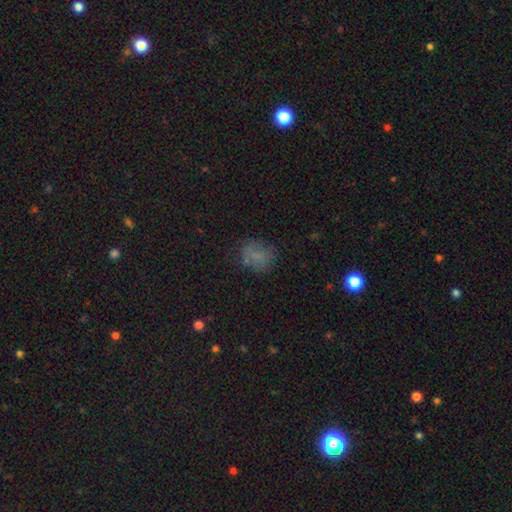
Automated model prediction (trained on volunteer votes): The model was most divided on "how rounded": round: 61%, in between: 38%, cigar-shaped: 1%. More confident: smooth or featured — smooth (69%); merging — none (67%).